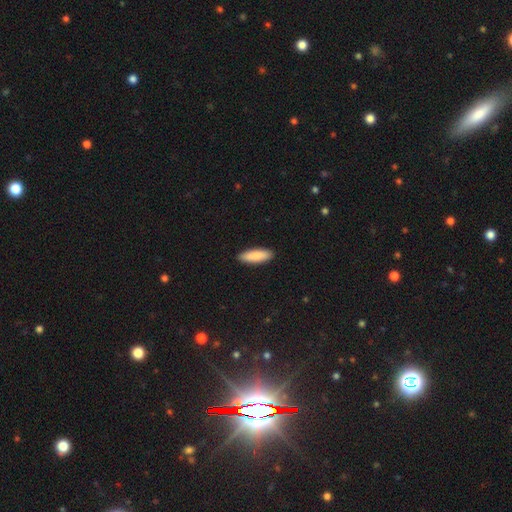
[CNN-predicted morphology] A smooth galaxy with no disk features (88%) that is cigar-shaped (52%).

Vote fractions:
- Smooth or featured? smooth: 88% / featured or disk: 7% / star or artifact: 5%
- How rounded? cigar-shaped: 52% / in between: 46% / round: 2%
- Merging? none: 91% / minor disturbance: 7% / major disturbance: 1% / merger: 1%